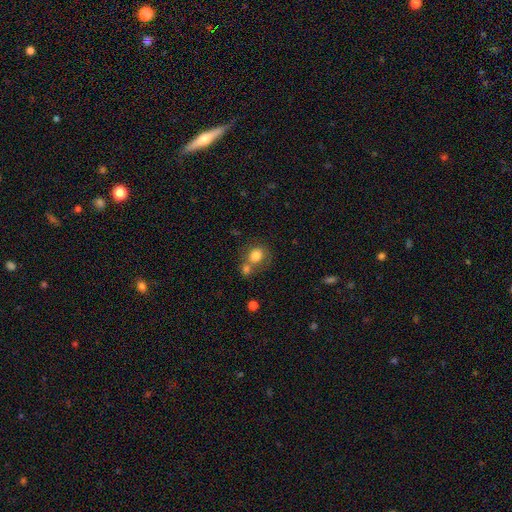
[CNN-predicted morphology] A smooth galaxy with no disk features (79%) that is round (68%). Merging: merger (43%).